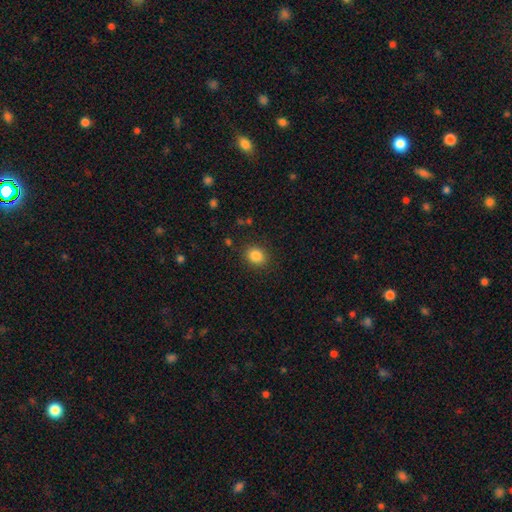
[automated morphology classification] Overall: smooth (85%). How rounded: round (65%; in between 34%). Merging: none (88%).